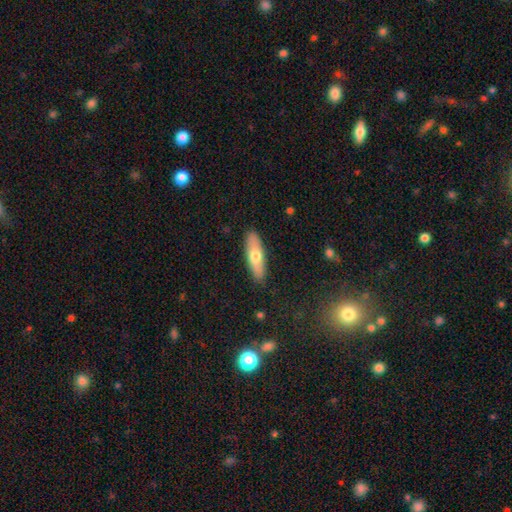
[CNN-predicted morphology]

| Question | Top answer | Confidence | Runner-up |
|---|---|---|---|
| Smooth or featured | smooth | 63% | featured or disk (31%) |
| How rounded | in between | 49% | tied: cigar-shaped (49%) |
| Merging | none | 89% | minor disturbance (8%) |